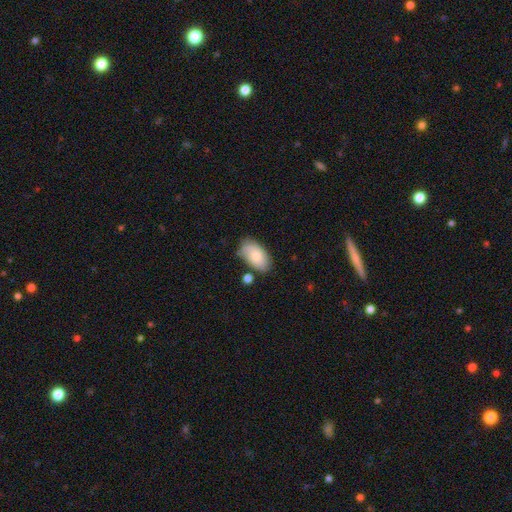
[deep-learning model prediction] This is likely a smooth galaxy (75%). How rounded: clearly in between (94%). Merging: likely none (62%).